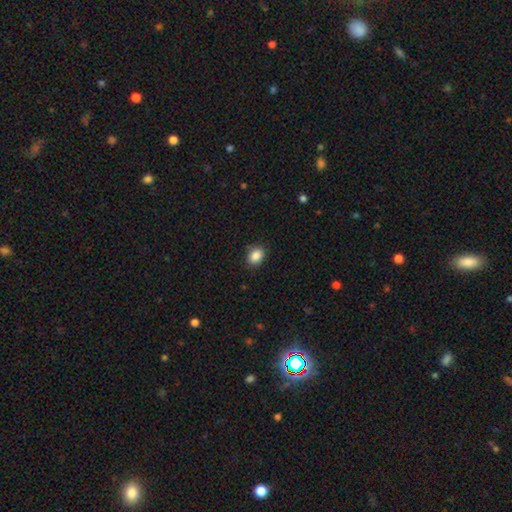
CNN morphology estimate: smooth-or-featured: smooth: 88% | star or artifact: 9% | featured or disk: 4%
  how-rounded: in between: 69% | round: 30% | cigar-shaped: 1%
  merging: none: 86% | minor disturbance: 10% | major disturbance: 2% | merger: 1%